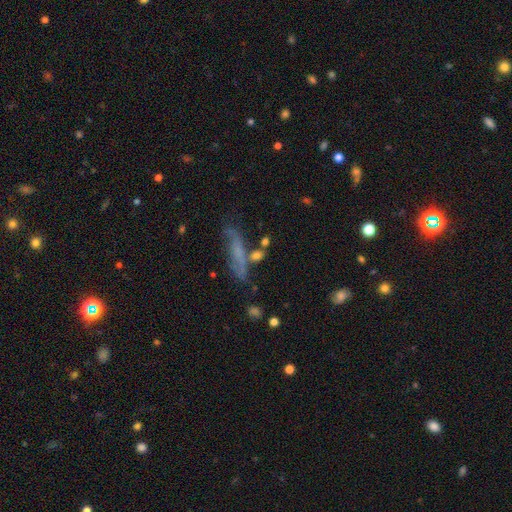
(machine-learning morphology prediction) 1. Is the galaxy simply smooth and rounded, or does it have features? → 50% smooth, 38% featured or disk, 12% star or artifact.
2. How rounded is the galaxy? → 72% cigar-shaped, 22% in between, 7% round.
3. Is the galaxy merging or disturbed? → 53% none, 22% minor disturbance, 13% merger, 12% major disturbance.